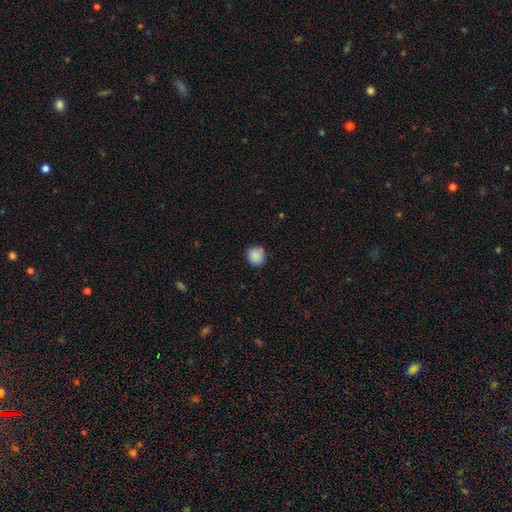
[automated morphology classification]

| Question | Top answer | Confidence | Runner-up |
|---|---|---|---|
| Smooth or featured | smooth | 89% | star or artifact (8%) |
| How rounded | round | 94% | in between (5%) |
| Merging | none | 89% | minor disturbance (8%) |